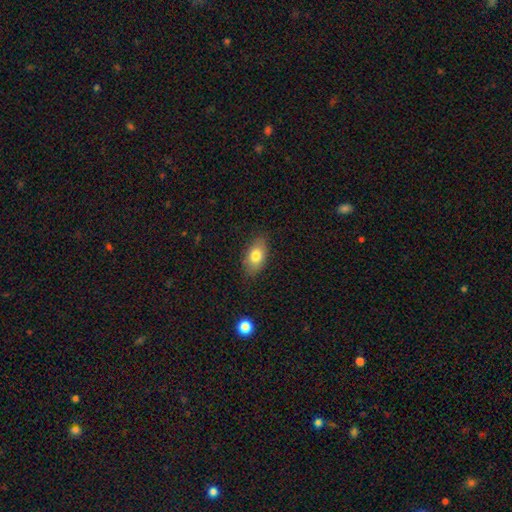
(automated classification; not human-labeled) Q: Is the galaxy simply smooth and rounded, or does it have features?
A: smooth — 78%.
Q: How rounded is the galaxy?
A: in between — 89%.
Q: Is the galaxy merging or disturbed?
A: none — 82%.